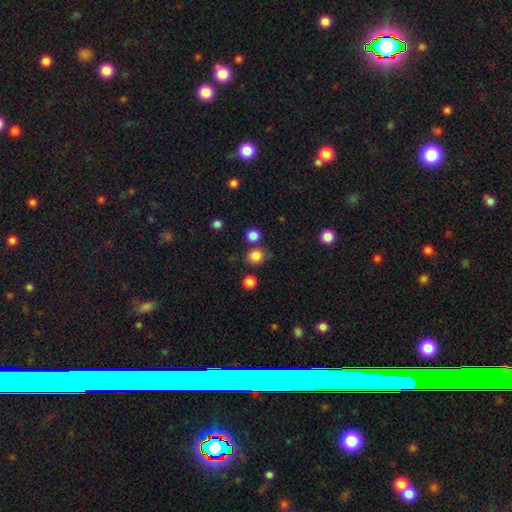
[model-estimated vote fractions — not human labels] Q: Smooth or featured?
A: smooth (83%); runner-up: star or artifact (13%)
Q: How rounded?
A: round (89%); runner-up: in between (10%)
Q: Merging?
A: none (78%); runner-up: merger (10%)